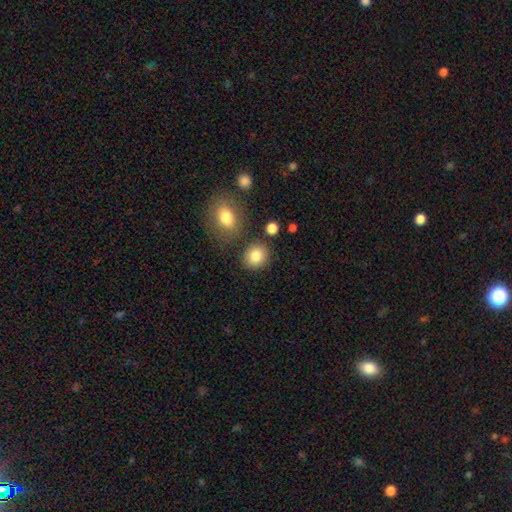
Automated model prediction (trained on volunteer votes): Smooth or featured?
  - smooth: 84% *
  - star or artifact: 10%
  - featured or disk: 7%
How rounded?
  - round: 75% *
  - in between: 24%
  - cigar-shaped: 1%
Merging?
  - none: 82% *
  - minor disturbance: 10%
  - merger: 6%
  - major disturbance: 3%